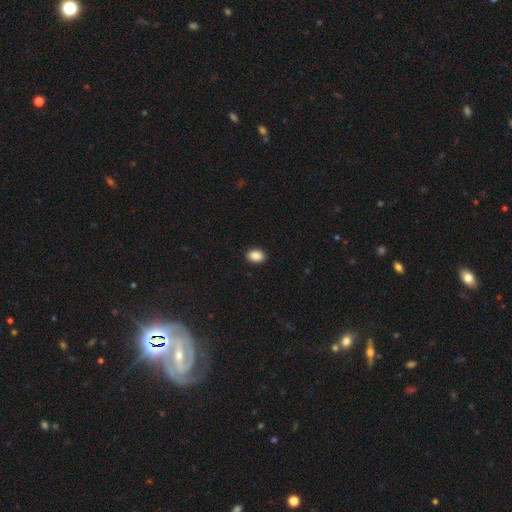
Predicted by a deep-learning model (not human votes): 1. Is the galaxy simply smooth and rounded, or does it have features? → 89% smooth, 8% star or artifact, 3% featured or disk.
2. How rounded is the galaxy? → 79% in between, 19% round, 1% cigar-shaped.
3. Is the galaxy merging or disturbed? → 91% none, 7% minor disturbance, 2% major disturbance, 1% merger.